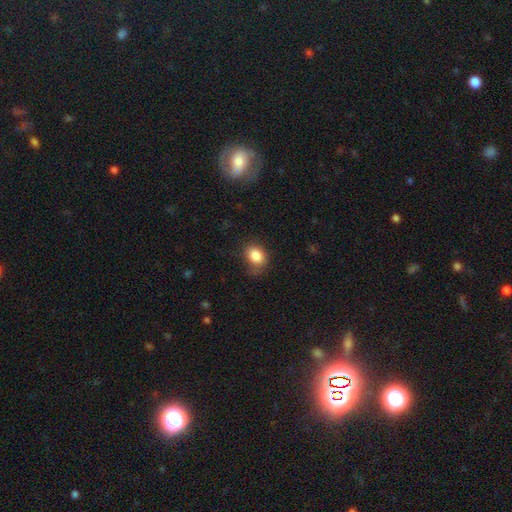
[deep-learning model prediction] smooth-or-featured: smooth: 85% | star or artifact: 9% | featured or disk: 6%
  how-rounded: in between: 57% | round: 42% | cigar-shaped: 1%
  merging: none: 62% | minor disturbance: 27% | major disturbance: 10% | merger: 2%